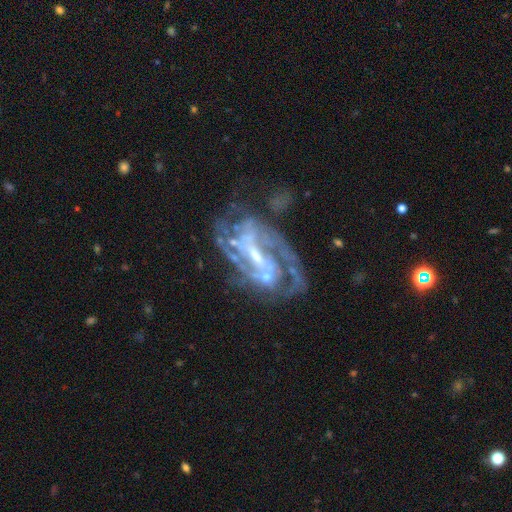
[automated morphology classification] Smooth or featured: featured or disk — 87% (star or artifact — 8%)
Edge-on disk: no — 96% (yes — 4%)
Bar: weak — 41% (strong — 32%)
Spiral arms: yes — 92% (no — 8%)
Spiral winding: medium — 44% (tight — 42%)
Spiral arm count: 2 — 37% (can't tell — 26%)
Bulge size: small — 53% (moderate — 35%)
Merging: none — 50% (major disturbance — 22%)